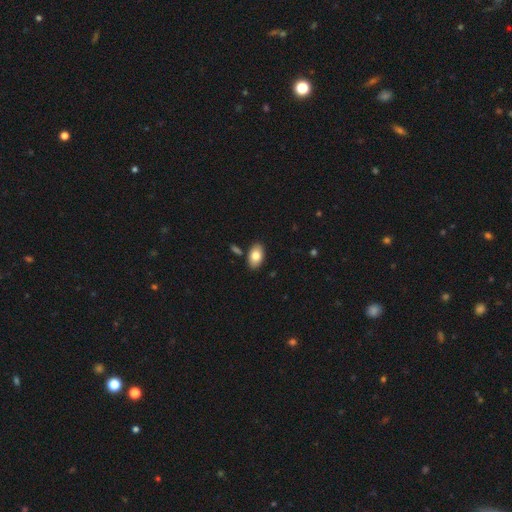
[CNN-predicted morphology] This is clearly a smooth galaxy (80%). How rounded: clearly in between (93%). Merging: clearly none (85%).